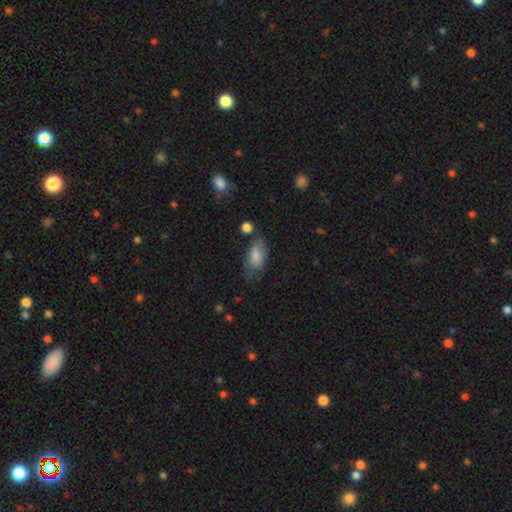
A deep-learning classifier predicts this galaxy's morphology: Smooth or featured: smooth — 74% (featured or disk — 17%)
How rounded: in between — 87% (cigar-shaped — 8%)
Merging: none — 60% (minor disturbance — 26%)